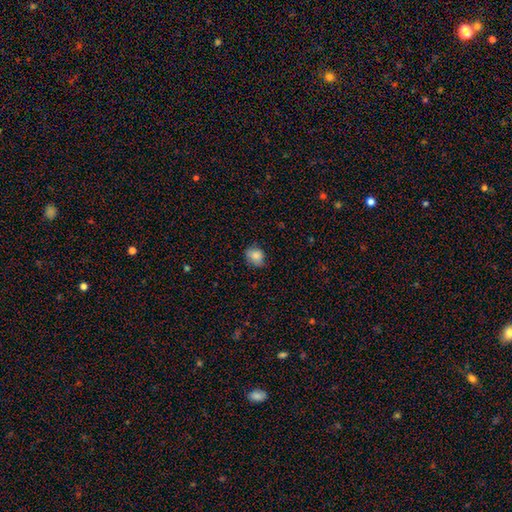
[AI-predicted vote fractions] Morphology: type=smooth (83%); roundness=round (58%); merging=none (71%).